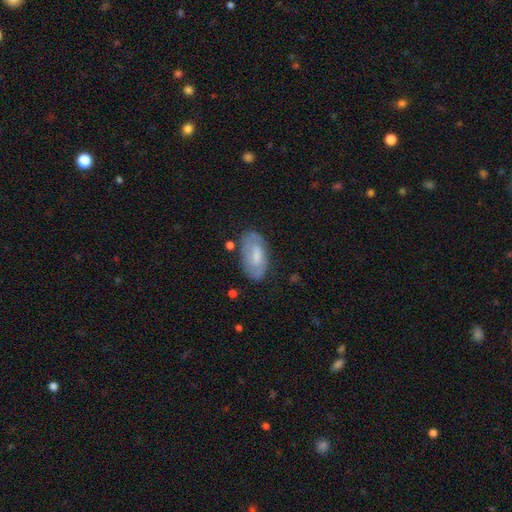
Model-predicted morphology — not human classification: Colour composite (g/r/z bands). It shows a smooth galaxy with no disk features (53%) that is in between round and cigar-shaped (92%). Merging: none (68%).